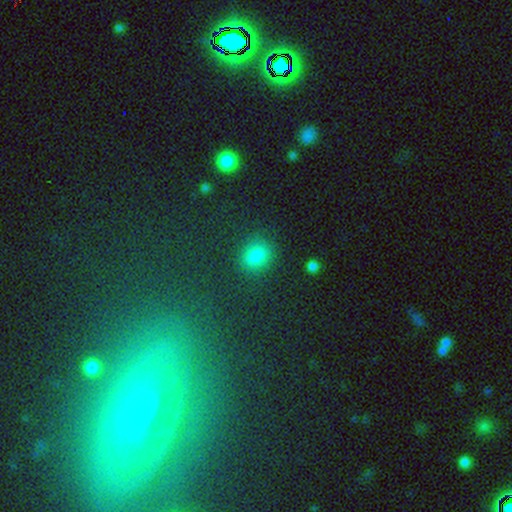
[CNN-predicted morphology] A smooth galaxy with no disk features (75%) that is in between round and cigar-shaped (51%). Merging: none (81%).